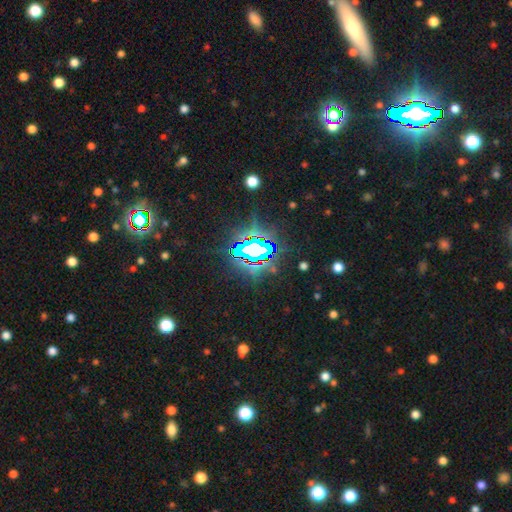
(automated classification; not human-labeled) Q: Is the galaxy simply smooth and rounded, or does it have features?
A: star or artifact — 82%.